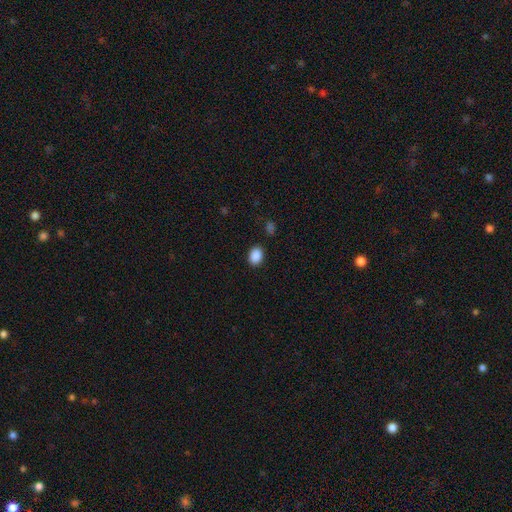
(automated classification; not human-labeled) smooth_or_featured: smooth (p=0.89) [alt: star or artifact p=0.08]
how_rounded: in between (p=0.68) [alt: round p=0.31]
merging: none (p=0.87) [alt: minor disturbance p=0.08]